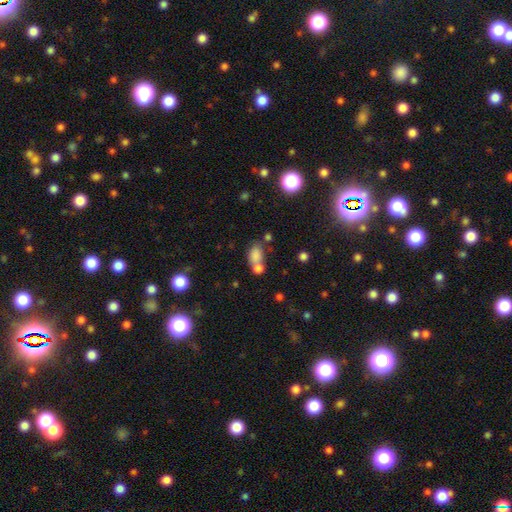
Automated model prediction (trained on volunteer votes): This is likely a smooth galaxy (77%). How rounded: likely in between (76%). Merging: possibly merger (46%).